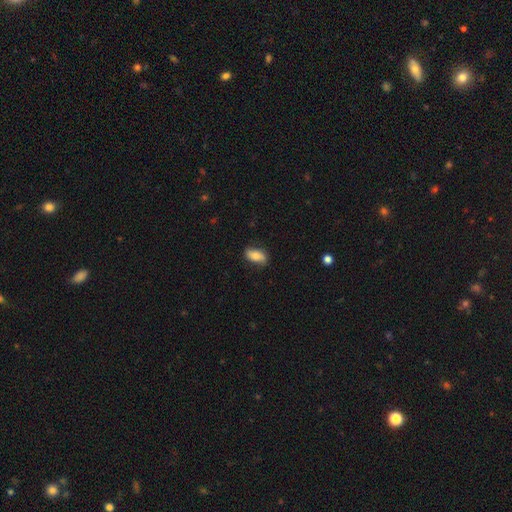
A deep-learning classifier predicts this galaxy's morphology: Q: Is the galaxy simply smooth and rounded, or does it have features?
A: smooth — 67%.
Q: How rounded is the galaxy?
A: in between — 88%.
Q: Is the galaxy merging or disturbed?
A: none — 77%.